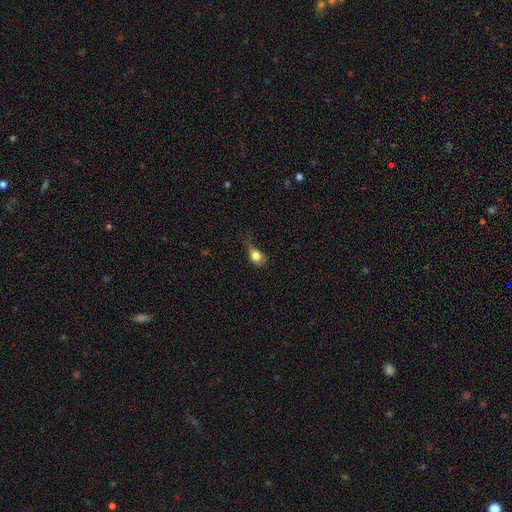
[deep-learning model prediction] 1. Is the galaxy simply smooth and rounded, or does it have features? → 78% smooth, 13% featured or disk, 10% star or artifact.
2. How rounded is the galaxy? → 49% in between, 48% round, 3% cigar-shaped.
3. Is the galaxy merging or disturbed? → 36% minor disturbance, 32% none, 29% major disturbance, 3% merger.